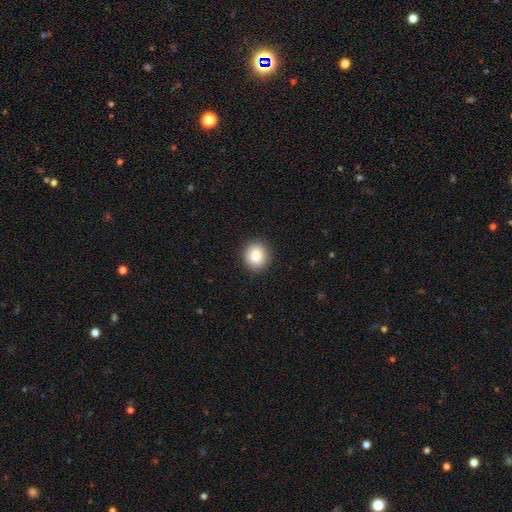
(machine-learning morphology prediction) This is clearly a smooth galaxy (83%). How rounded: clearly round (85%). Merging: clearly none (91%).